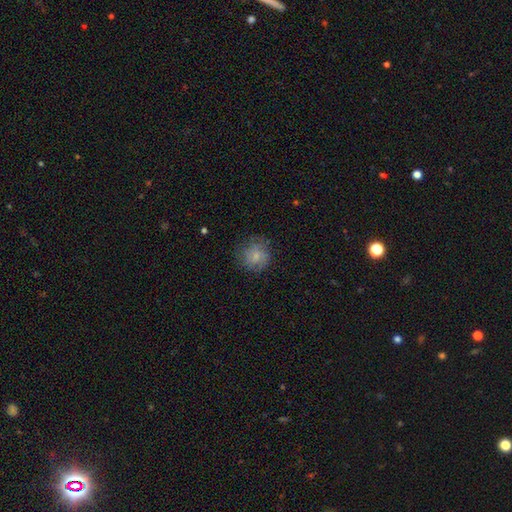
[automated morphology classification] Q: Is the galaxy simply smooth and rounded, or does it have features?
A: smooth — 67%.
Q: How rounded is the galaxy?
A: round — 87%.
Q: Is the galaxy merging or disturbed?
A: none — 72%.